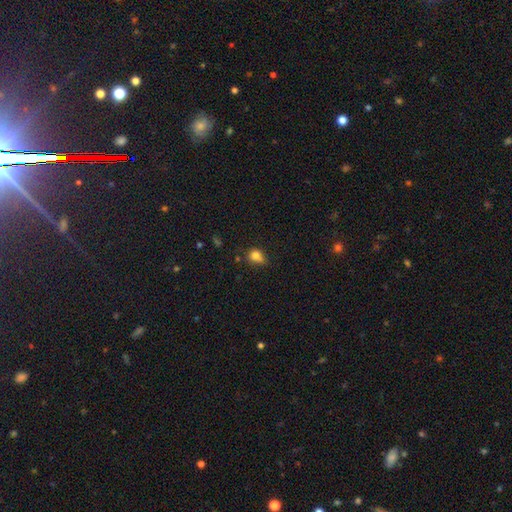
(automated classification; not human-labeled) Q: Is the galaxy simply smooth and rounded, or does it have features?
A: smooth — 79%.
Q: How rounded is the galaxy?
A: round — 59%.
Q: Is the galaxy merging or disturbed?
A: none — 45%.